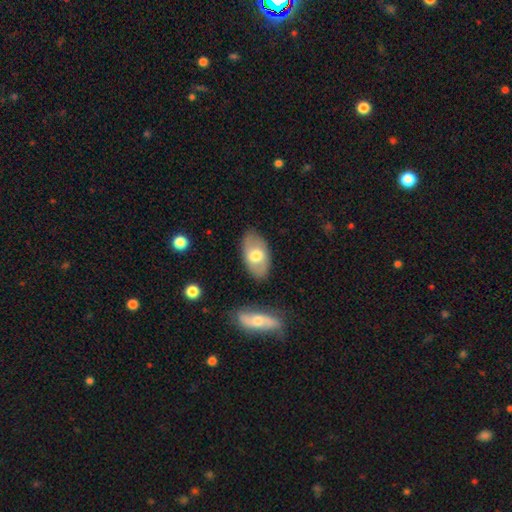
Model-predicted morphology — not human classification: Smooth or featured? Predicted: smooth (p=0.60). How rounded? Predicted: in between (p=0.93). Merging? Predicted: none (p=0.80).